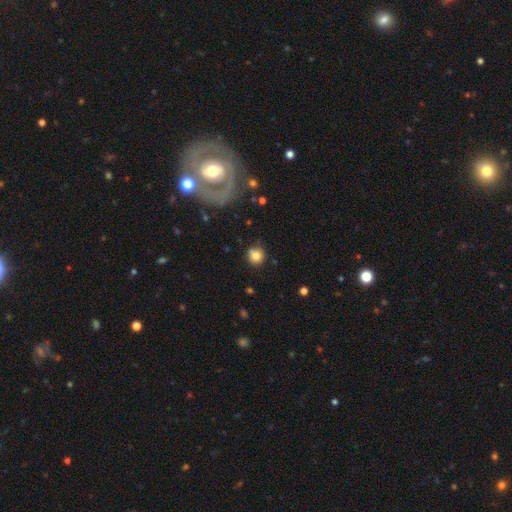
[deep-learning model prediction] Morphology: type=smooth (81%); roundness=round (90%); merging=none (78%).